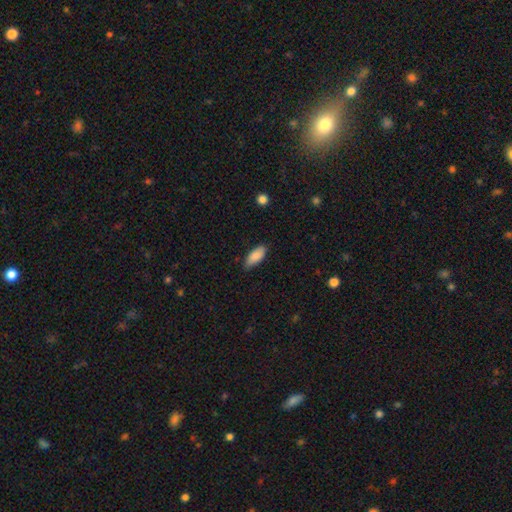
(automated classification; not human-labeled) The model was most divided on "merging": none: 76%, minor disturbance: 20%, major disturbance: 3%, merger: 1%. More confident: smooth or featured — smooth (87%); how rounded — in between (83%).